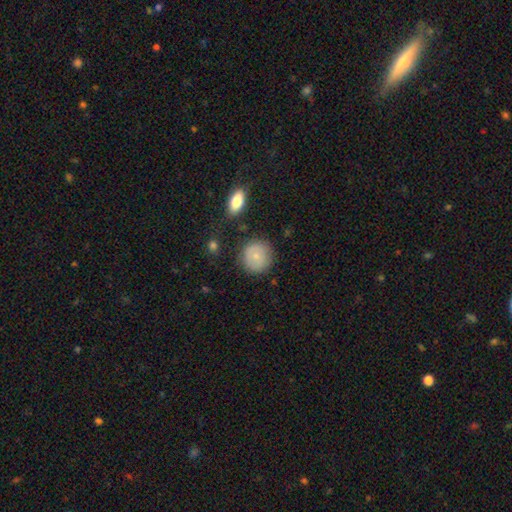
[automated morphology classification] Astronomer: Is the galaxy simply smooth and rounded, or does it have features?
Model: smooth — 74%.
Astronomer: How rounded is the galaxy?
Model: round — 89%.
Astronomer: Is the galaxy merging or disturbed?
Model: none — 79%.